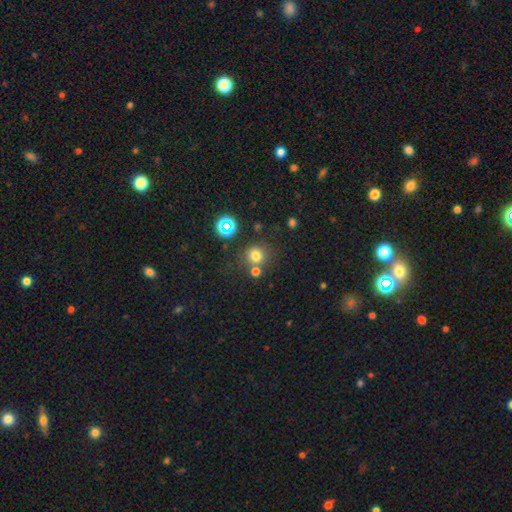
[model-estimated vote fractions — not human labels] This appears to be a smooth galaxy with no disk features (72%) that is round (86%). Merging: none (72%).